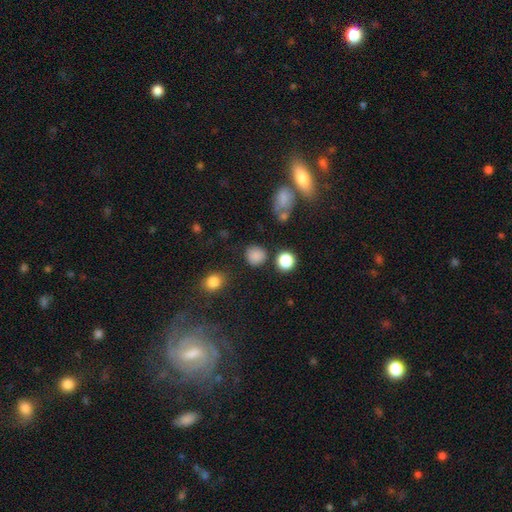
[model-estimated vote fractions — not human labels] smooth 83%, star or artifact 12%, featured or disk 5%. Down the decision tree: how rounded — round (88%); merging — none (80%).